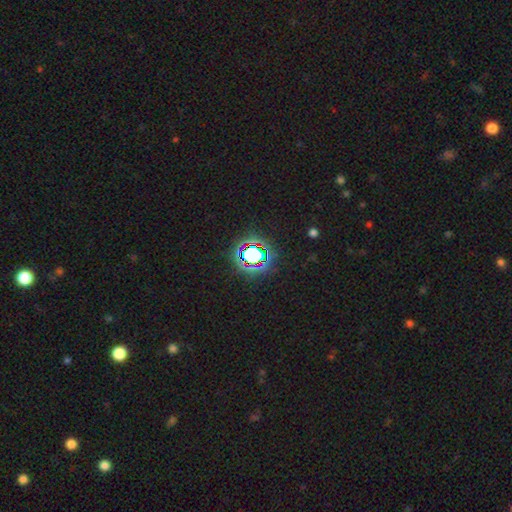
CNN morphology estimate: The model was most divided on "smooth or featured": star or artifact: 79%, smooth: 13%, featured or disk: 8%.